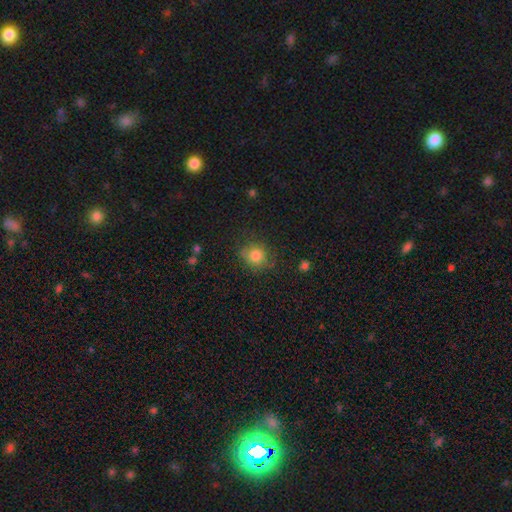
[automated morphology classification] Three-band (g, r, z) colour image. It shows a smooth galaxy with no disk features (81%) that is round (82%). Merging: none (76%).